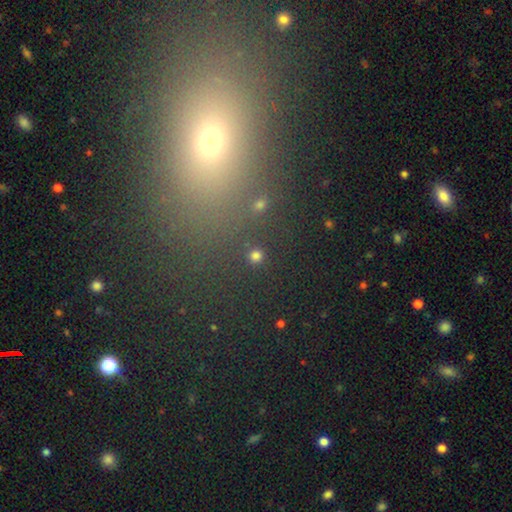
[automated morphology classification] A smooth galaxy with no disk features (77%) that is round (95%).

Vote fractions:
- Smooth or featured? smooth: 77% / star or artifact: 19% / featured or disk: 4%
- How rounded? round: 95% / in between: 4% / cigar-shaped: 1%
- Merging? none: 88% / minor disturbance: 5% / merger: 4% / major disturbance: 3%